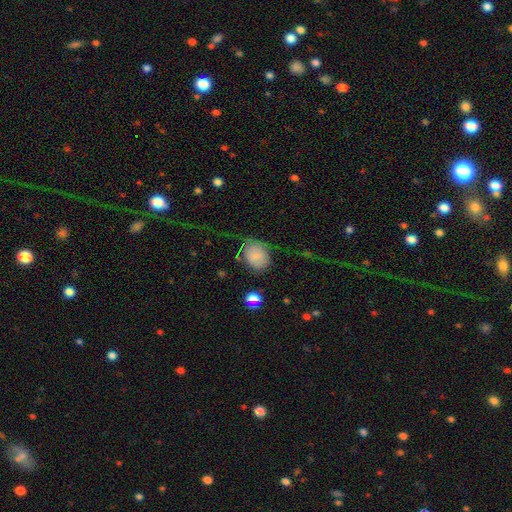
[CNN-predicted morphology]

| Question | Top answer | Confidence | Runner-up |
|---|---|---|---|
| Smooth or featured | smooth | 76% | featured or disk (12%) |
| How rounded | in between | 50% | round (49%) |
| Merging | none | 62% | minor disturbance (26%) |